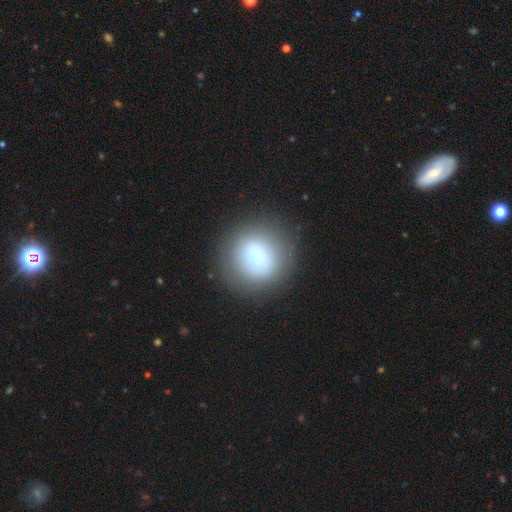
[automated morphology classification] This is likely a smooth galaxy (67%). How rounded: clearly round (95%). Merging: clearly none (88%).